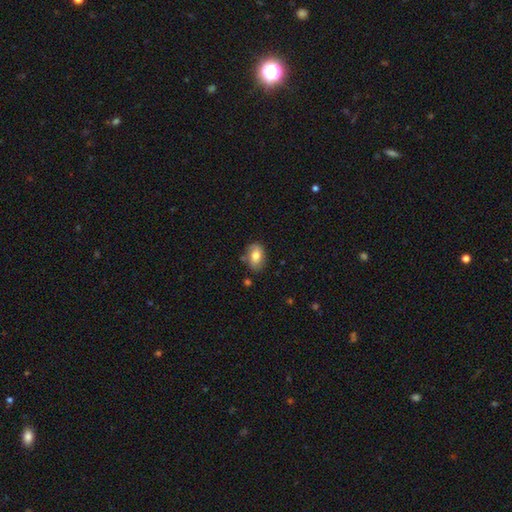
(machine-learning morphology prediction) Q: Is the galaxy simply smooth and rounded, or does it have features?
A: smooth — 75%.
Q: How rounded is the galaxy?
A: in between — 84%.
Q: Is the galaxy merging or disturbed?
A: none — 72%.